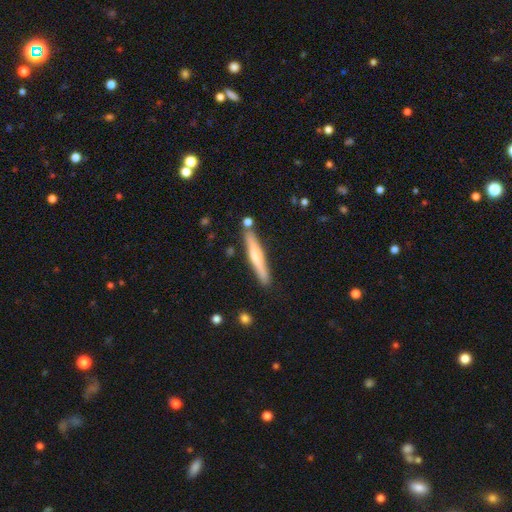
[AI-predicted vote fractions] smooth-or-featured: featured or disk: 55% | smooth: 38% | star or artifact: 7%
  disk-edge-on: yes: 94% | no: 6%
    edge-on-bulge: rounded: 70% | none: 21% | boxy: 9%
  merging: none: 83% | minor disturbance: 11% | merger: 3% | major disturbance: 2%